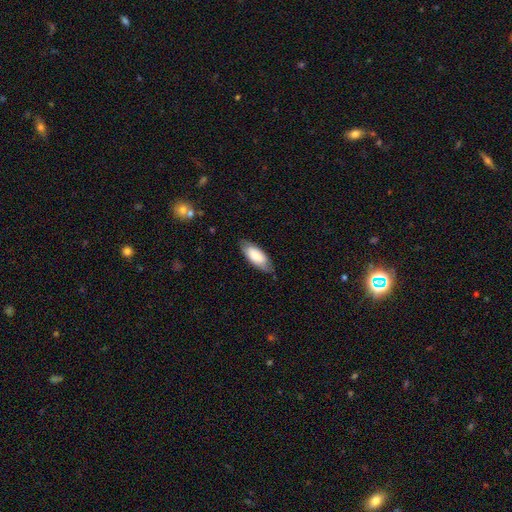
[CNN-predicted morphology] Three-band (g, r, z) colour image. It shows a smooth galaxy with no disk features (78%) that is in between round and cigar-shaped (82%). Merging: none (78%).